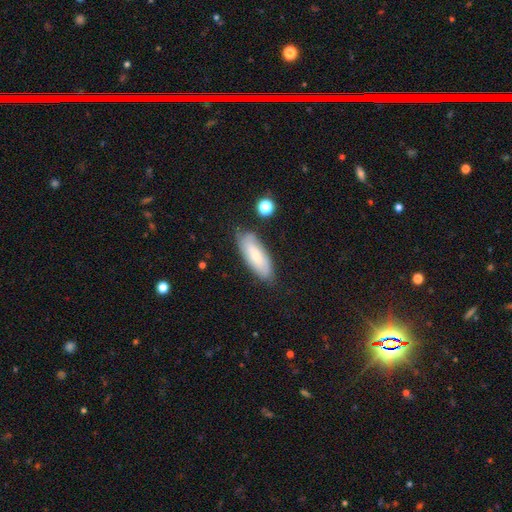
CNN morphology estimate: Smooth or featured?
  - smooth: 63% *
  - featured or disk: 30%
  - star or artifact: 7%
How rounded?
  - in between: 69% *
  - cigar-shaped: 29%
  - round: 2%
Merging?
  - none: 75% *
  - minor disturbance: 18%
  - major disturbance: 4%
  - merger: 3%